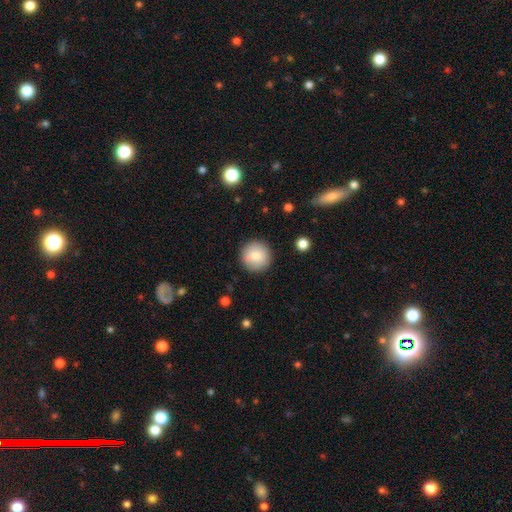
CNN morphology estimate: A smooth galaxy with no disk features (82%) that is round (96%).

Vote fractions:
- Smooth or featured? smooth: 82% / featured or disk: 10% / star or artifact: 8%
- How rounded? round: 96% / in between: 3% / cigar-shaped: 1%
- Merging? none: 91% / minor disturbance: 6% / major disturbance: 2% / merger: 1%